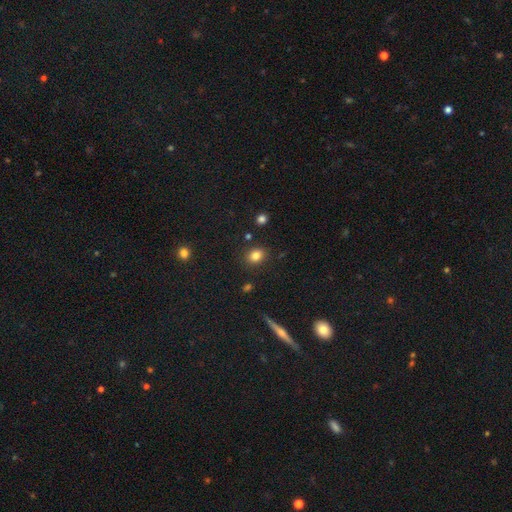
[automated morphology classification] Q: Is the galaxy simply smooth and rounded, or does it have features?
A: smooth — 82%.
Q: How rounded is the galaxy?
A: round — 58%.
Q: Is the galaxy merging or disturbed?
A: none — 86%.